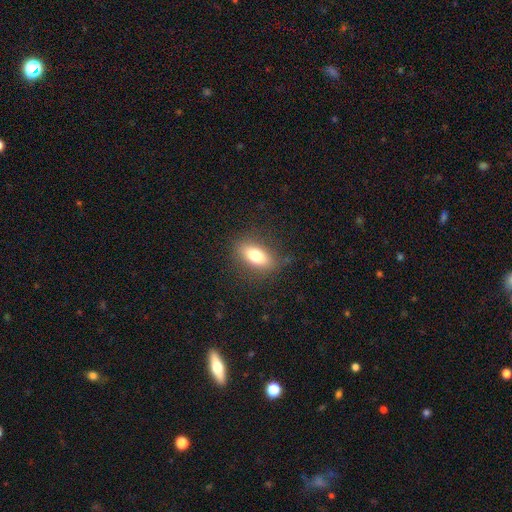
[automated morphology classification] Smooth or featured: smooth — 77% (featured or disk — 15%)
How rounded: in between — 81% (cigar-shaped — 13%)
Merging: none — 80% (minor disturbance — 14%)